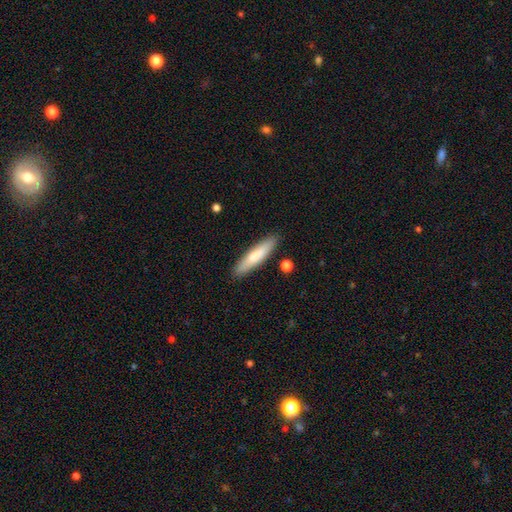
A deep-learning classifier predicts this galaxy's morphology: type=smooth (75%); roundness=cigar-shaped (82%); merging=none (88%).